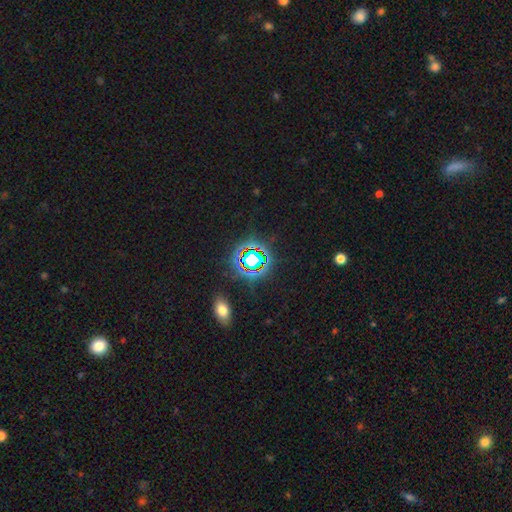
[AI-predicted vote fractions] smooth-or-featured: star or artifact: 74% | smooth: 16% | featured or disk: 10%